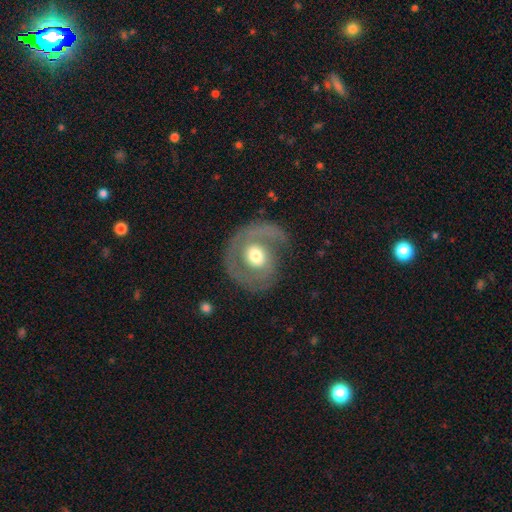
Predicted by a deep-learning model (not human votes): This appears to be a featured or disk galaxy (67%) with no bar (67%), spiral arms (66%) and a moderate central bulge (64%). Merging: none (73%).